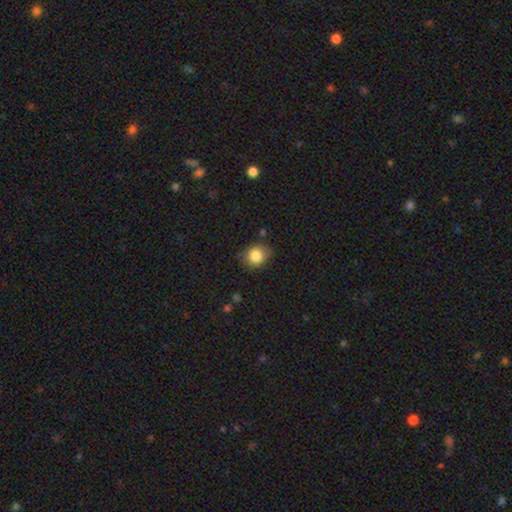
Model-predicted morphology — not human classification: A smooth galaxy with no disk features (83%) that is round (74%). Merging: none (79%).